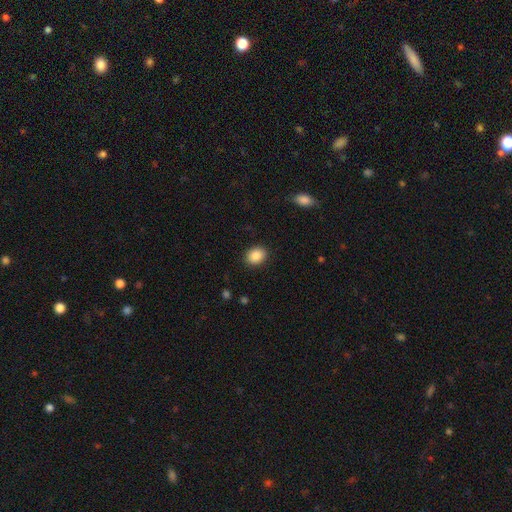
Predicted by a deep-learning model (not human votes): smooth_or_featured: smooth (p=0.88) [alt: star or artifact p=0.08]
how_rounded: in between (p=0.61) [alt: round p=0.38]
merging: none (p=0.89) [alt: minor disturbance p=0.08]